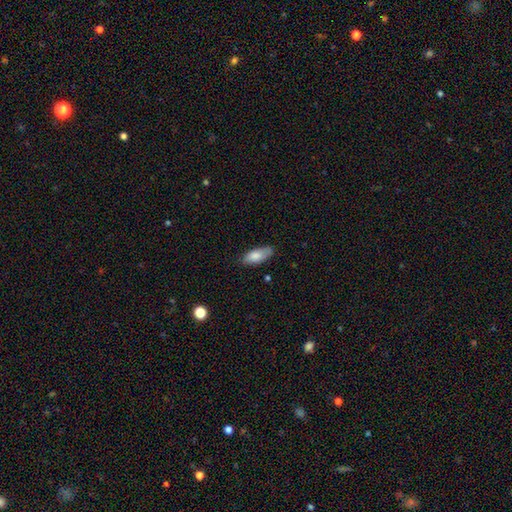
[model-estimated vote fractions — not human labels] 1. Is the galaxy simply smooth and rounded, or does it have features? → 82% smooth, 12% featured or disk, 6% star or artifact.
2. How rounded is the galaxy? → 85% in between, 13% cigar-shaped, 2% round.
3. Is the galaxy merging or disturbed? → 72% none, 22% minor disturbance, 4% major disturbance, 2% merger.